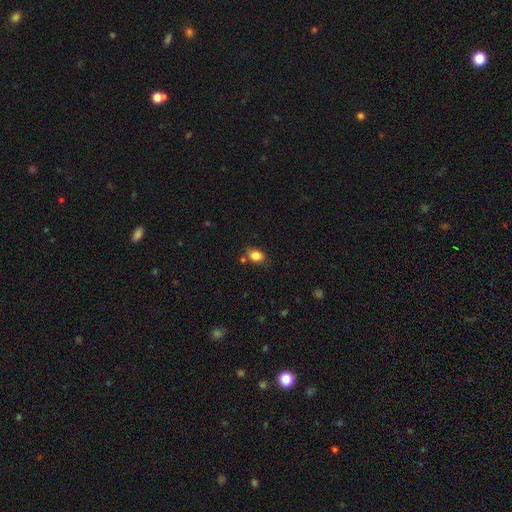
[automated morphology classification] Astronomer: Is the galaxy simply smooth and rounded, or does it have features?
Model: smooth — 83%.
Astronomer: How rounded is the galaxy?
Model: in between — 66%.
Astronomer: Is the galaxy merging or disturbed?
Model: none — 73%.